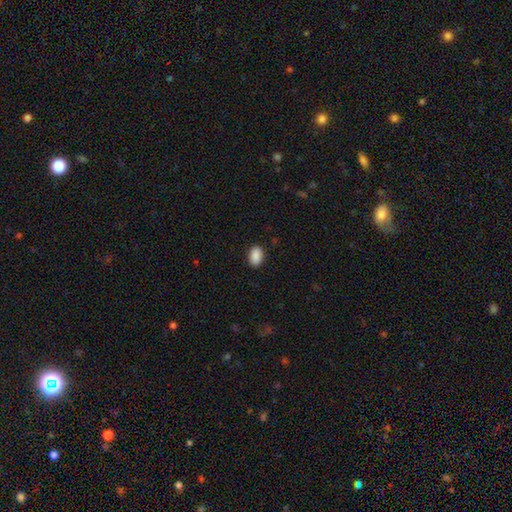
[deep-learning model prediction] smooth 90%, star or artifact 7%, featured or disk 3%. Down the decision tree: how rounded — in between (87%); merging — none (89%).